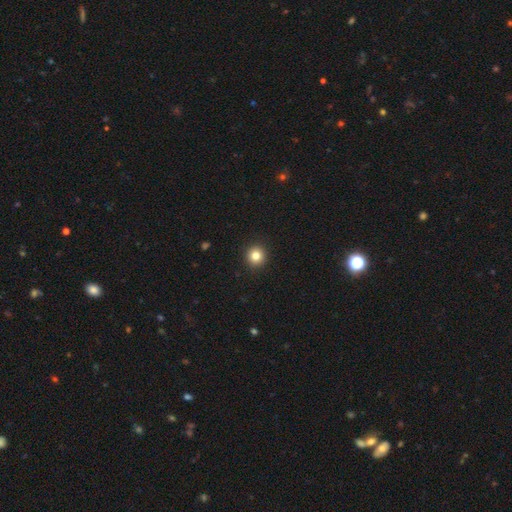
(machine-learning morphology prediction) This is clearly a smooth galaxy (83%). How rounded: clearly round (94%). Merging: clearly none (93%).